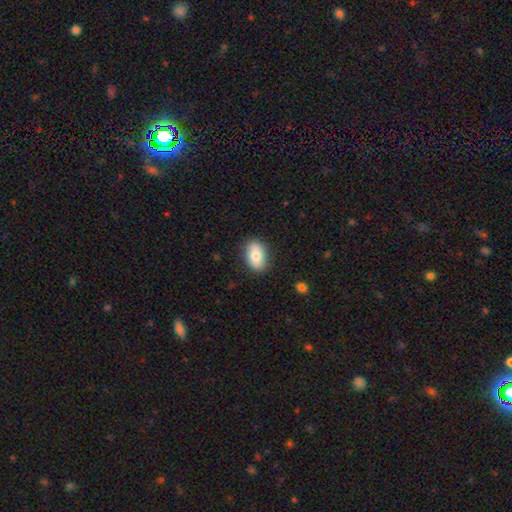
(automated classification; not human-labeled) Q: Smooth or featured?
A: smooth (77%); runner-up: featured or disk (16%)
Q: How rounded?
A: in between (89%); runner-up: round (8%)
Q: Merging?
A: none (85%); runner-up: minor disturbance (12%)